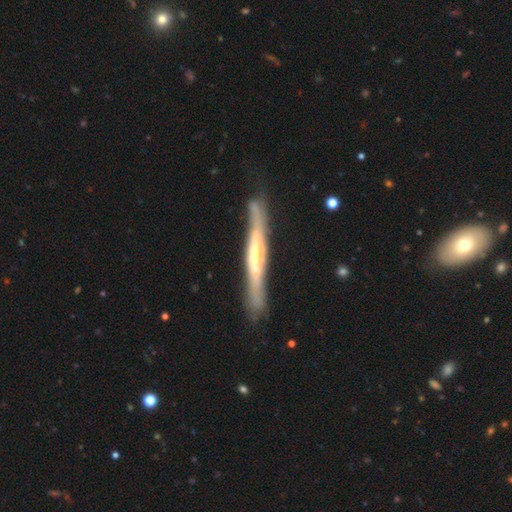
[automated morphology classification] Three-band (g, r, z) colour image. It shows a featured or disk galaxy (72%) viewed edge-on (88%) with no central bulge (47%). Merging: none (78%).